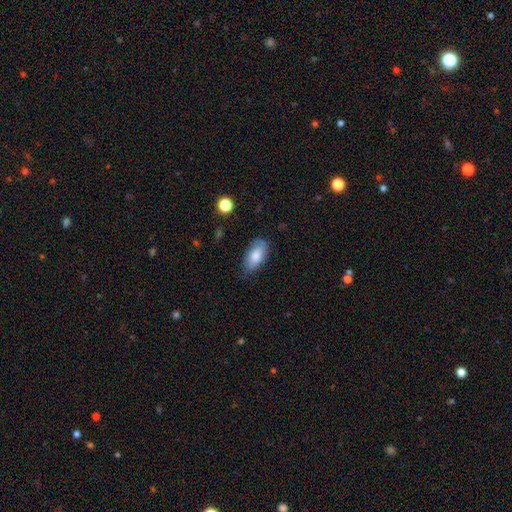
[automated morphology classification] smooth-or-featured: smooth: 78% | featured or disk: 15% | star or artifact: 7%
  how-rounded: in between: 93% | cigar-shaped: 4% | round: 3%
  merging: none: 71% | minor disturbance: 23% | major disturbance: 4% | merger: 1%